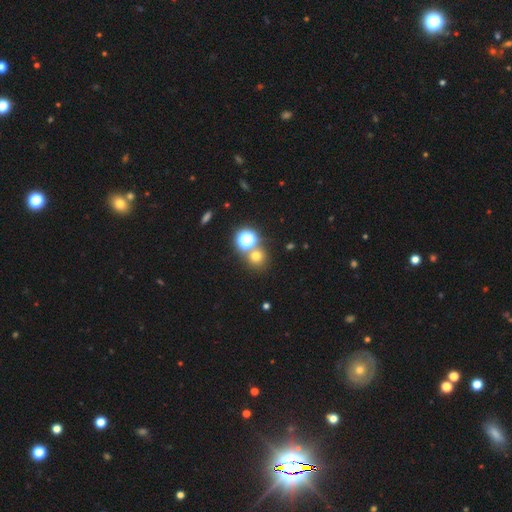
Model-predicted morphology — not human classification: The model was most divided on "smooth or featured": smooth: 64%, star or artifact: 28%, featured or disk: 8%. More confident: how rounded — round (88%); merging — none (68%).